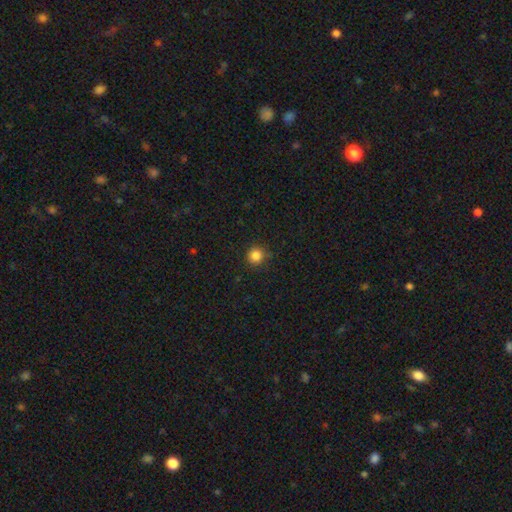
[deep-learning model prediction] Smooth or featured: smooth — 85% (star or artifact — 12%)
How rounded: round — 94% (in between — 5%)
Merging: none — 89% (minor disturbance — 8%)